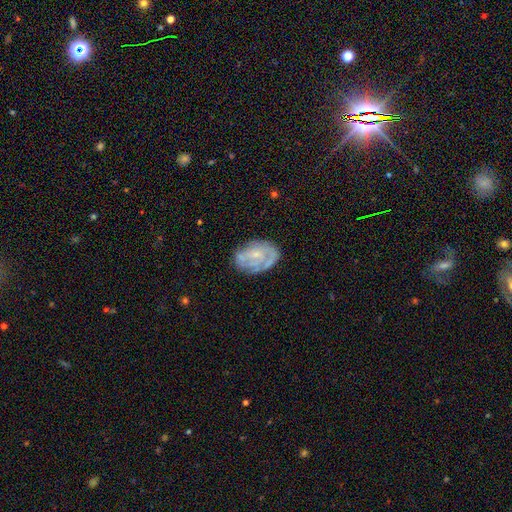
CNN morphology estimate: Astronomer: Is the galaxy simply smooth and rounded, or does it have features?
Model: featured or disk — 63%.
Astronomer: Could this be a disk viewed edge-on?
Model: no — 97%.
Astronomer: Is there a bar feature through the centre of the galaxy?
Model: no — 66%.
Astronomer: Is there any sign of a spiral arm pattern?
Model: yes — 64%.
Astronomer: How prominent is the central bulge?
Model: small — 61%.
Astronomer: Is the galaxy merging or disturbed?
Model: none — 66%.